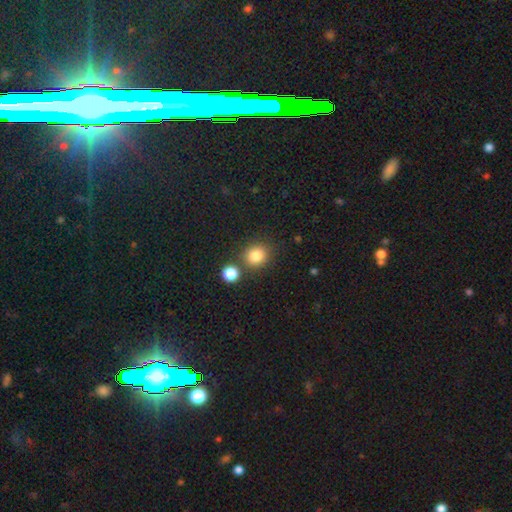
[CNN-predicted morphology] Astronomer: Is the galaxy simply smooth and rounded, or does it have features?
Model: smooth — 83%.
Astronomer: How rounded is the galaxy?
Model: round — 79%.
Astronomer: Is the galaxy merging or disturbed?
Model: none — 76%.